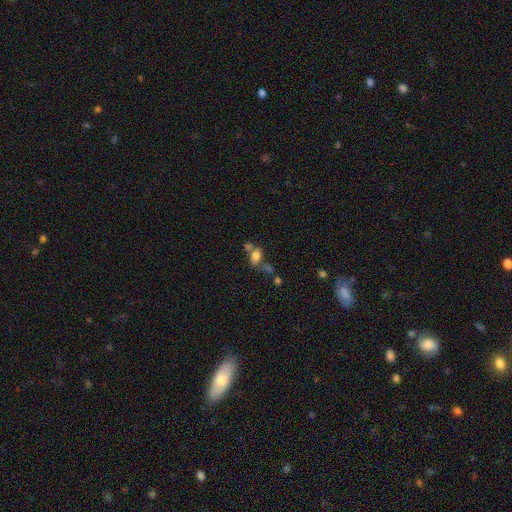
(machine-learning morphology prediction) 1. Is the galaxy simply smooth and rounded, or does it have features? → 69% smooth, 17% featured or disk, 14% star or artifact.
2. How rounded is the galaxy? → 66% in between, 31% round, 2% cigar-shaped.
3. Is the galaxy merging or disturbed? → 46% merger, 30% none, 13% minor disturbance, 12% major disturbance.